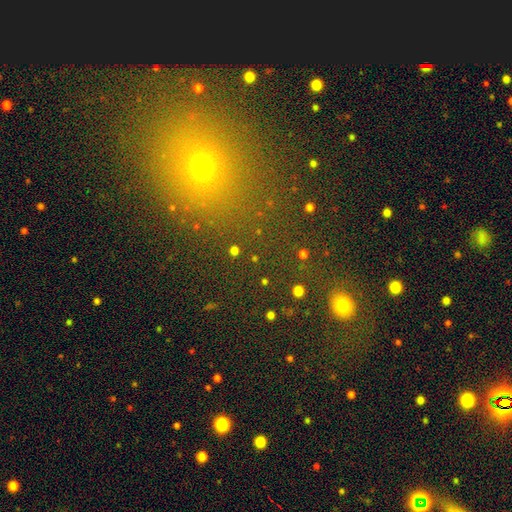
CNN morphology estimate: Smooth or featured? Predicted: smooth (p=0.47). Merging? Predicted: none (p=0.74).